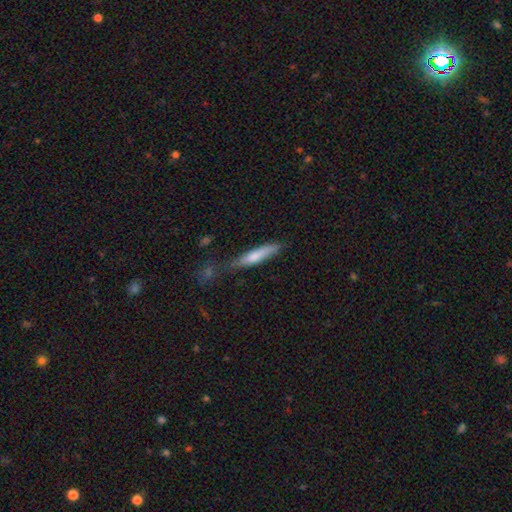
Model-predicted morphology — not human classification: type=smooth (70%); roundness=cigar-shaped (87%); merging=none (65%).